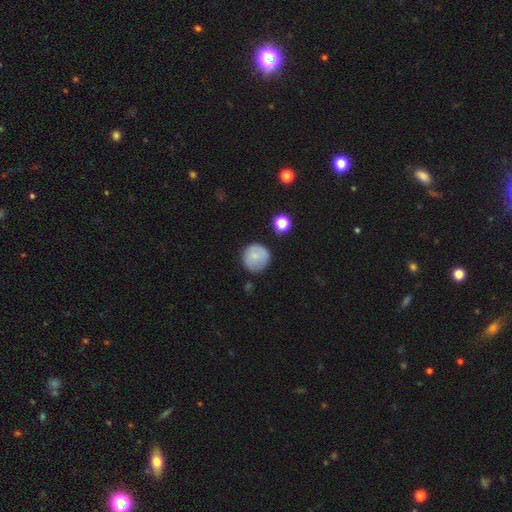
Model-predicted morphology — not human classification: Smooth or featured?
  - smooth: 76% *
  - featured or disk: 15%
  - star or artifact: 9%
How rounded?
  - round: 92% *
  - in between: 7%
  - cigar-shaped: 1%
Merging?
  - none: 77% *
  - minor disturbance: 16%
  - major disturbance: 4%
  - merger: 2%